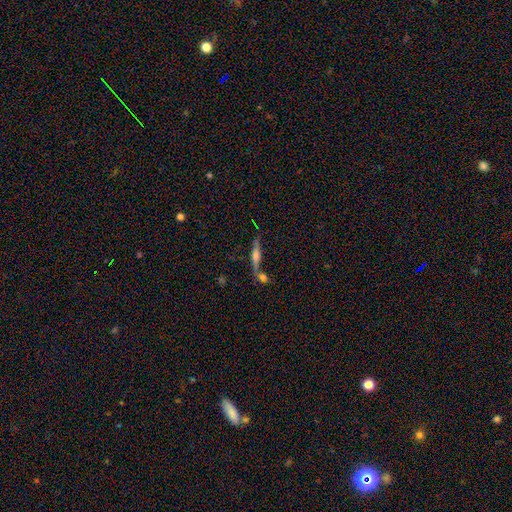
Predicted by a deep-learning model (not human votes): Q: Smooth or featured?
A: featured or disk (59%); runner-up: smooth (32%)
Q: Edge-on disk?
A: yes (91%); runner-up: no (9%)
Q: Edge-on bulge?
A: rounded (82%); runner-up: boxy (11%)
Q: Merging?
A: none (53%); runner-up: merger (31%)